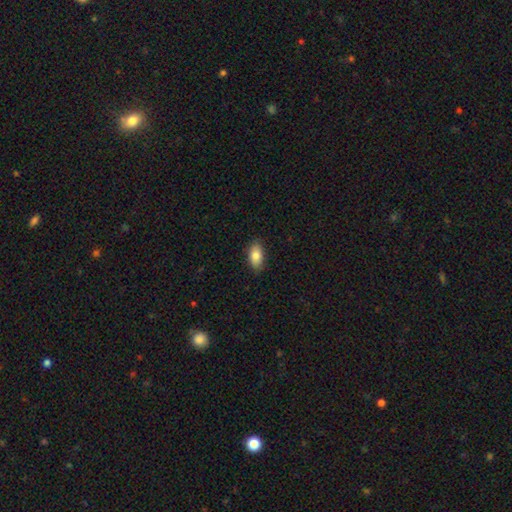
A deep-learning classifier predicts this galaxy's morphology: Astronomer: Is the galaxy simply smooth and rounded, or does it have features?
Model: smooth — 83%.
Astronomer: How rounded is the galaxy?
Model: in between — 91%.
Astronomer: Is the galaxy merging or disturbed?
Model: none — 86%.